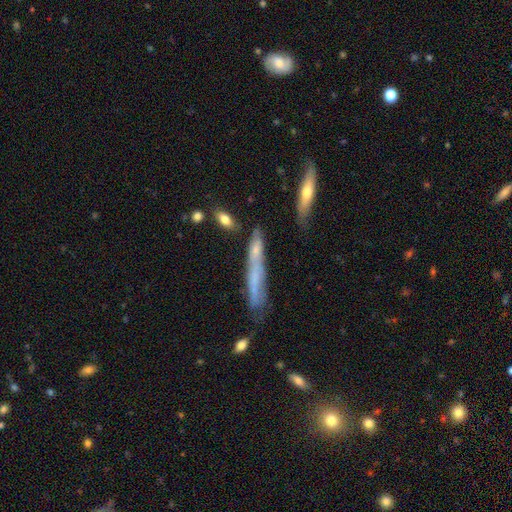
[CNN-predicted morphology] Smooth or featured?
  - smooth: 47% *
  - featured or disk: 44%
  - star or artifact: 9%
Merging?
  - none: 59% *
  - minor disturbance: 24%
  - merger: 8%
  - major disturbance: 8%